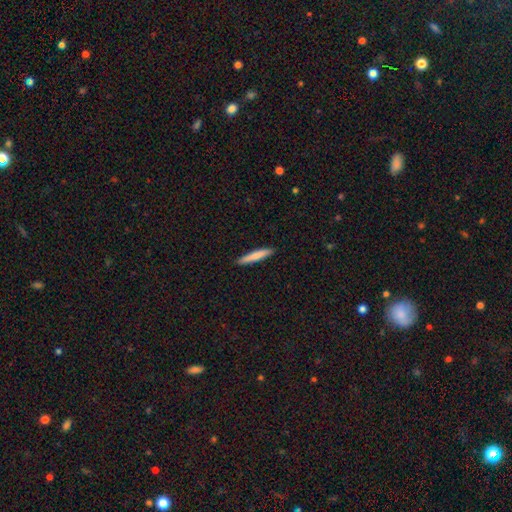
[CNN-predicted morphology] Smooth or featured? smooth (77%)
How rounded? cigar-shaped (94%)
Merging? none (91%)